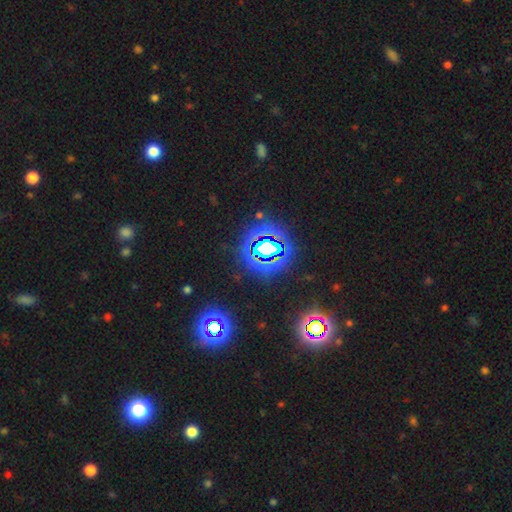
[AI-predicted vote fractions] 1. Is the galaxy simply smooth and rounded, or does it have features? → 80% star or artifact, 14% smooth, 6% featured or disk.